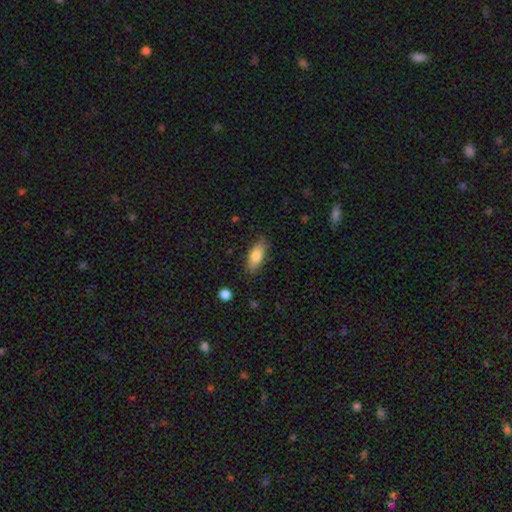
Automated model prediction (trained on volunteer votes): smooth-or-featured: smooth: 77% | featured or disk: 16% | star or artifact: 7%
  how-rounded: in between: 76% | cigar-shaped: 21% | round: 3%
  merging: none: 82% | minor disturbance: 14% | major disturbance: 3% | merger: 2%